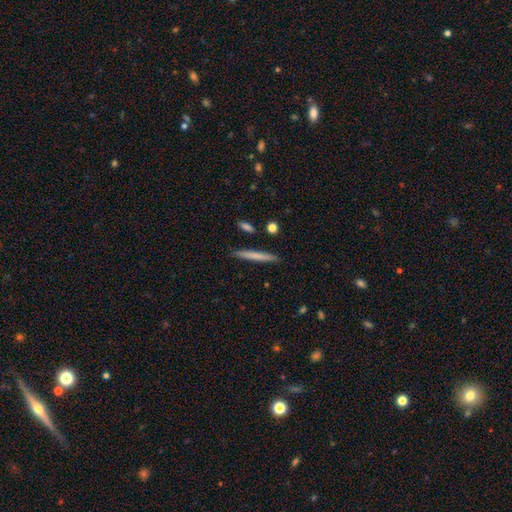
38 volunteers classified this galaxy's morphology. Overall: smooth (66%; featured or disk 29%). How rounded: cigar-shaped (96%). Merging: none (86%).